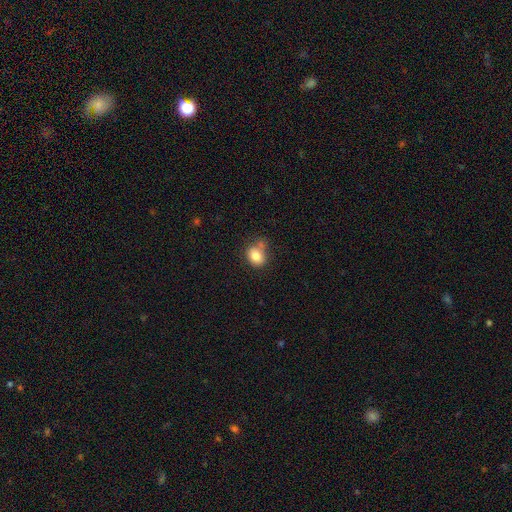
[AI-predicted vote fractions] smooth_or_featured: smooth (p=0.81) [alt: star or artifact p=0.10]
how_rounded: round (p=0.51) [alt: in between p=0.48]
merging: none (p=0.55) [alt: minor disturbance p=0.23]